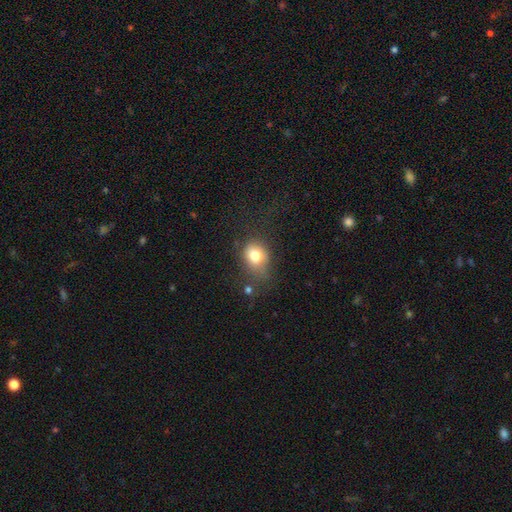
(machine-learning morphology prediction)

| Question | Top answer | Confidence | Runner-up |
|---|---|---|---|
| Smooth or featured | smooth | 78% | star or artifact (11%) |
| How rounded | round | 53% | in between (46%) |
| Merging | none | 54% | minor disturbance (28%) |